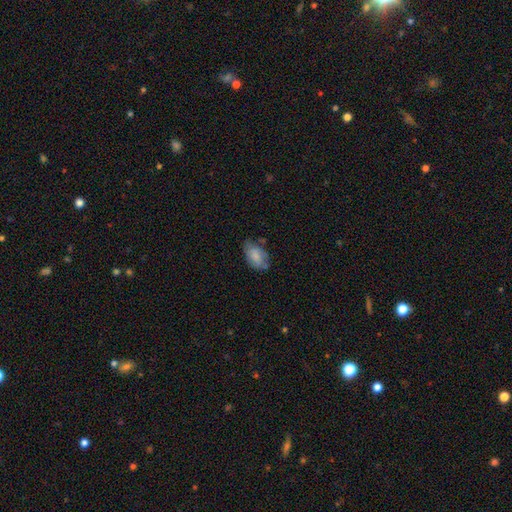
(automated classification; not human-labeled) This is likely a smooth galaxy (75%). How rounded: clearly in between (91%). Merging: possibly none (54%).